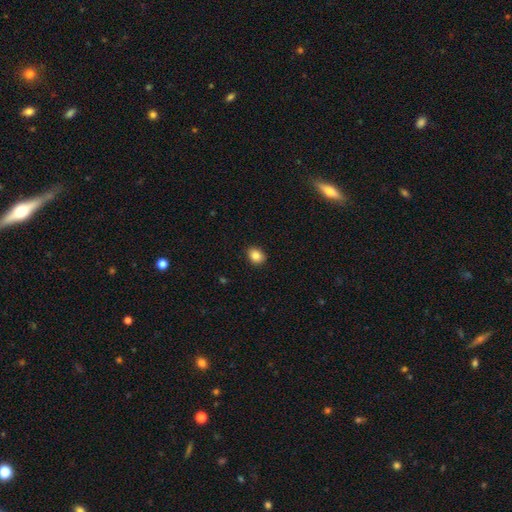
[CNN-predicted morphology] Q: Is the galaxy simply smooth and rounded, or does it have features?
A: smooth — 85%.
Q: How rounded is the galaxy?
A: in between — 51%.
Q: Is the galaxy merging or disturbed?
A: none — 91%.